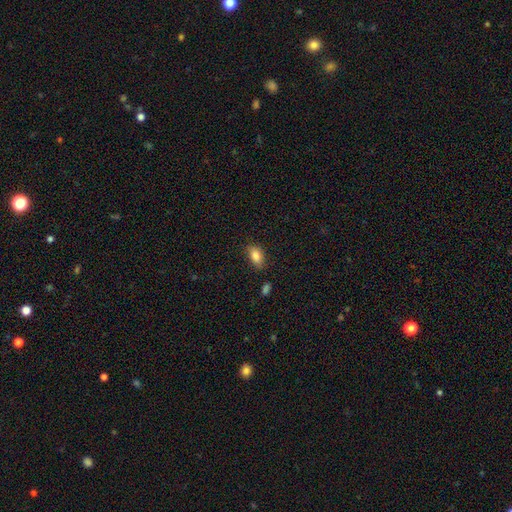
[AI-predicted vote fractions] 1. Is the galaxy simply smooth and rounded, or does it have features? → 85% smooth, 8% star or artifact, 6% featured or disk.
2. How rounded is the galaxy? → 88% in between, 8% round, 4% cigar-shaped.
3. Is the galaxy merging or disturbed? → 80% none, 14% minor disturbance, 3% major disturbance, 2% merger.